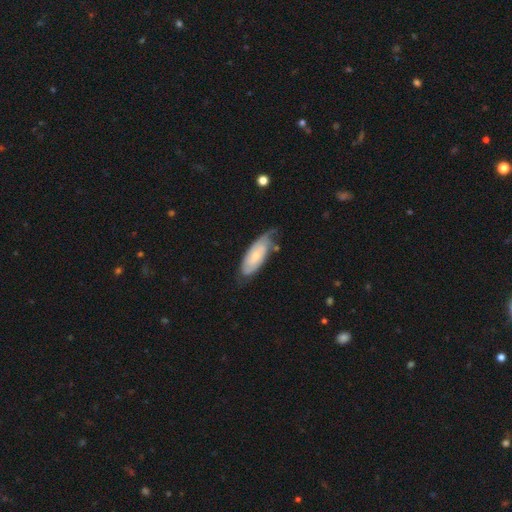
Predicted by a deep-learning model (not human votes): The model was most divided on "smooth or featured": featured or disk: 52%, smooth: 42%, star or artifact: 6%. Remaining: edge-on disk — no (86%); merging — none (50%).